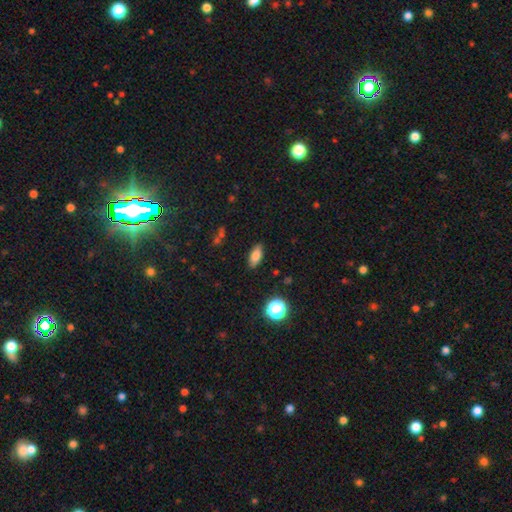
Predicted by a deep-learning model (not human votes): Smooth or featured: smooth — 80% (star or artifact — 10%)
How rounded: in between — 83% (cigar-shaped — 12%)
Merging: none — 87% (minor disturbance — 10%)